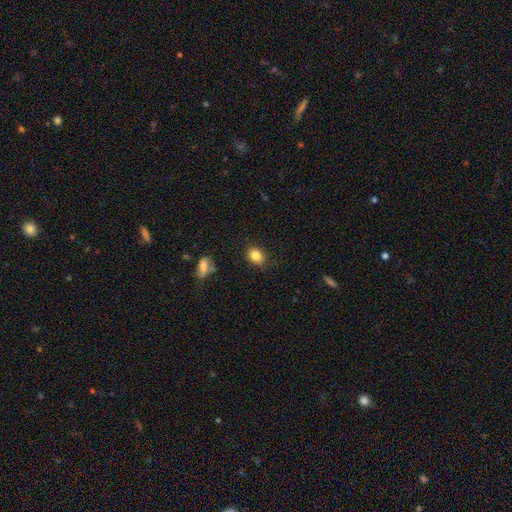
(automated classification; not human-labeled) Smooth or featured? smooth (83%)
How rounded? in between (53%)
Merging? none (85%)